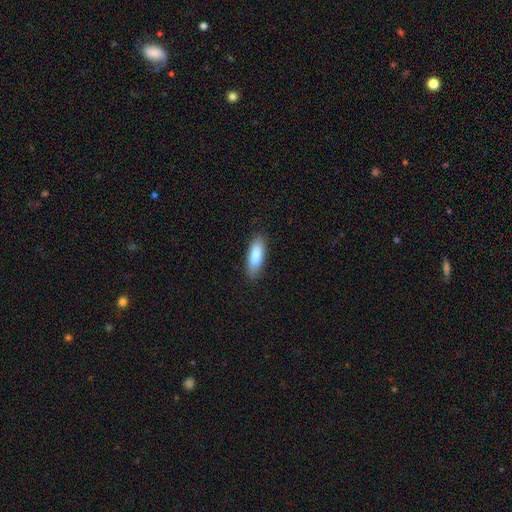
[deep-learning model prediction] This is clearly a smooth galaxy (83%). How rounded: possibly in between (55%). Merging: clearly none (85%).